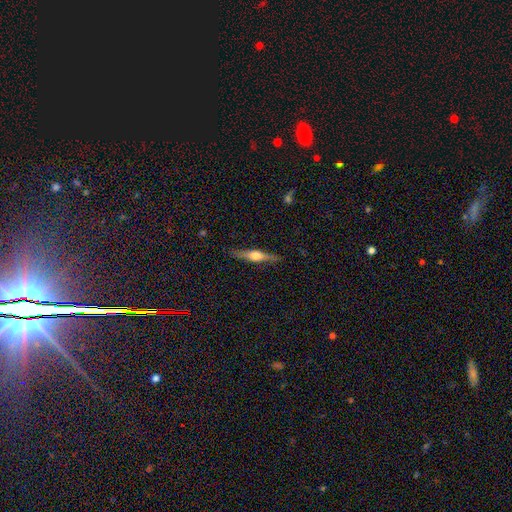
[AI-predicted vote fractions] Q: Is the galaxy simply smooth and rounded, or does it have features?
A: featured or disk — 68%.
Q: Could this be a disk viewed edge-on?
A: yes — 97%.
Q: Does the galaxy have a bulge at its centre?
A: rounded — 91%.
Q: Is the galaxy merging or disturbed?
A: none — 87%.